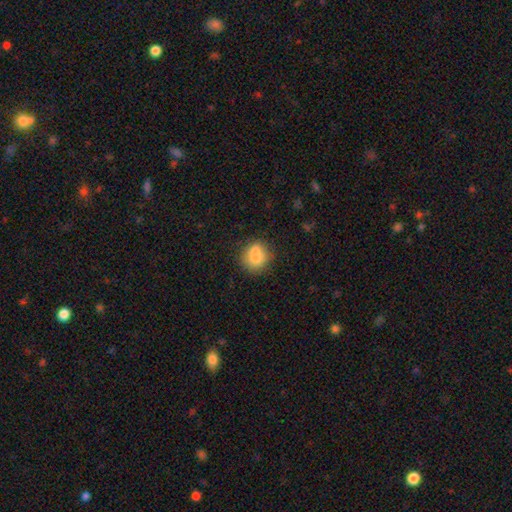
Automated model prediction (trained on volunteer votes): Morphology: type=smooth (79%); roundness=round (79%); merging=none (66%).